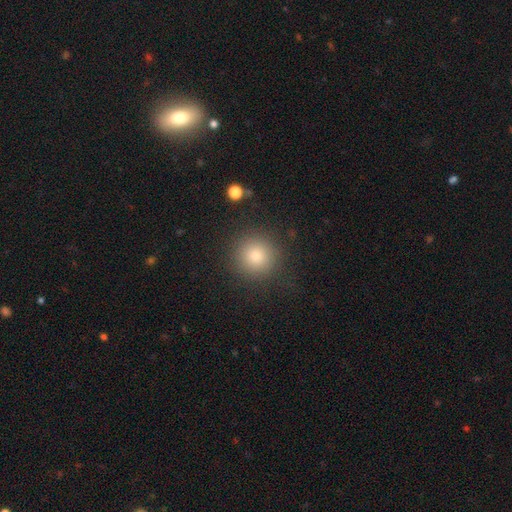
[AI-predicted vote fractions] A smooth galaxy with no disk features (80%) that is round (94%). Merging: none (88%).